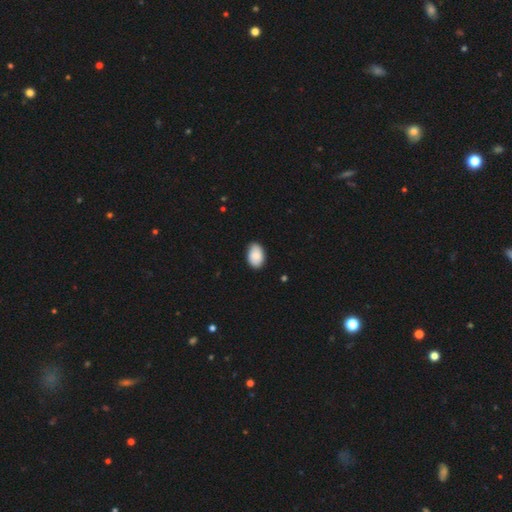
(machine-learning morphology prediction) Smooth or featured: smooth — 87% (featured or disk — 7%)
How rounded: in between — 89% (round — 10%)
Merging: none — 81% (minor disturbance — 15%)